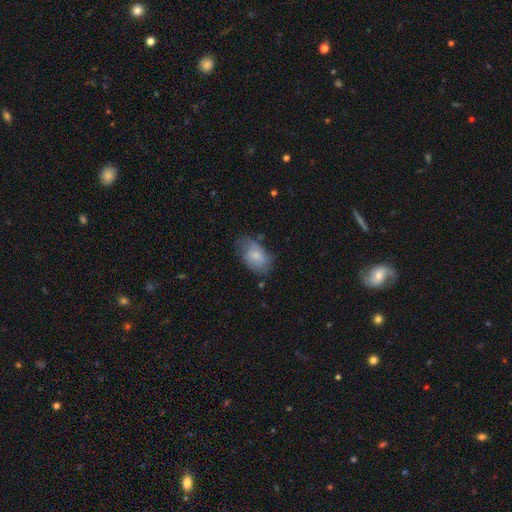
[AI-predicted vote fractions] Smooth or featured: smooth — 64% (featured or disk — 29%)
How rounded: in between — 87% (round — 12%)
Merging: none — 49% (minor disturbance — 32%)